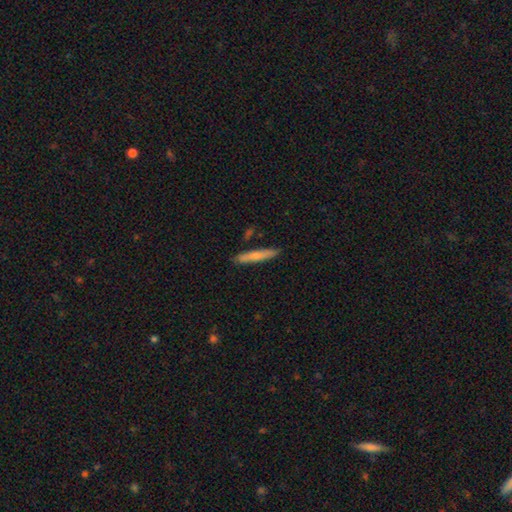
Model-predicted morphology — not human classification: smooth_or_featured: smooth (p=0.71) [alt: featured or disk p=0.24]
how_rounded: cigar-shaped (p=0.93) [alt: in between p=0.06]
merging: none (p=0.86) [alt: minor disturbance p=0.09]